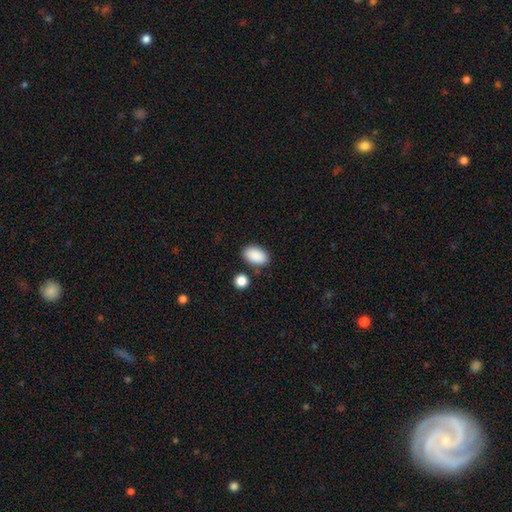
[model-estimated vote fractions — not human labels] Q: Smooth or featured?
A: smooth (90%); runner-up: star or artifact (7%)
Q: How rounded?
A: in between (93%); runner-up: round (6%)
Q: Merging?
A: none (81%); runner-up: minor disturbance (11%)